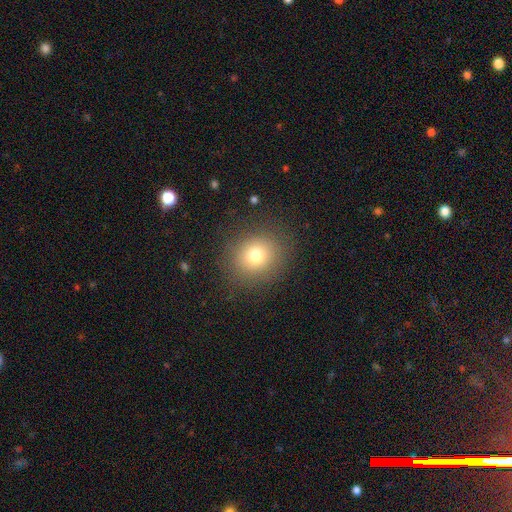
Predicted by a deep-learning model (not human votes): Q: Smooth or featured?
A: smooth (75%); runner-up: star or artifact (14%)
Q: How rounded?
A: round (85%); runner-up: in between (14%)
Q: Merging?
A: none (87%); runner-up: minor disturbance (8%)